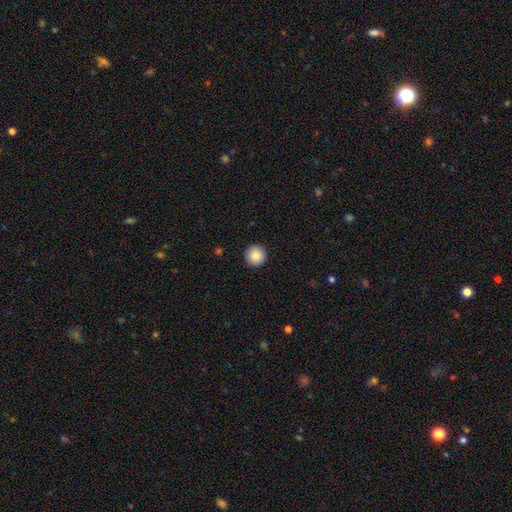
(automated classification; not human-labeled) Smooth or featured: smooth — 87% (star or artifact — 8%)
How rounded: round — 96% (in between — 3%)
Merging: none — 93% (minor disturbance — 4%)